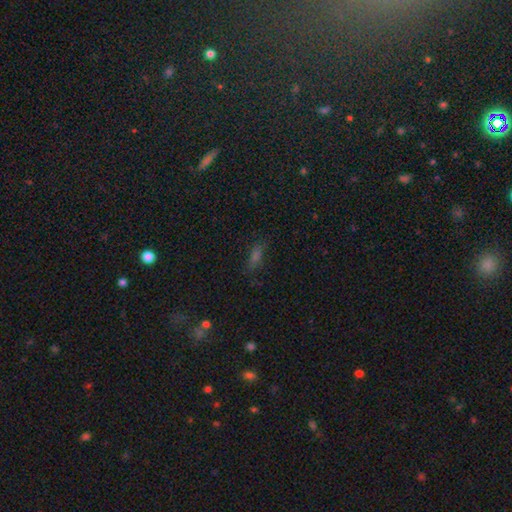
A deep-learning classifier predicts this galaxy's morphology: A smooth galaxy with no disk features (51%) that is in between round and cigar-shaped (52%). Merging: none (77%).